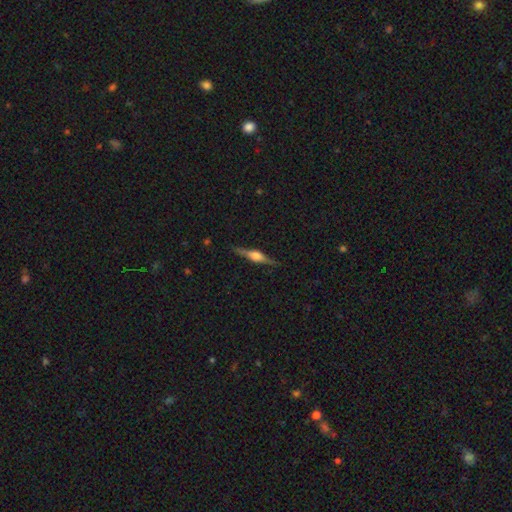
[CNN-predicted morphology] Overall: featured or disk (73%). Edge-on disk: yes (97%). Edge-on bulge: rounded (84%). Merging: none (88%).